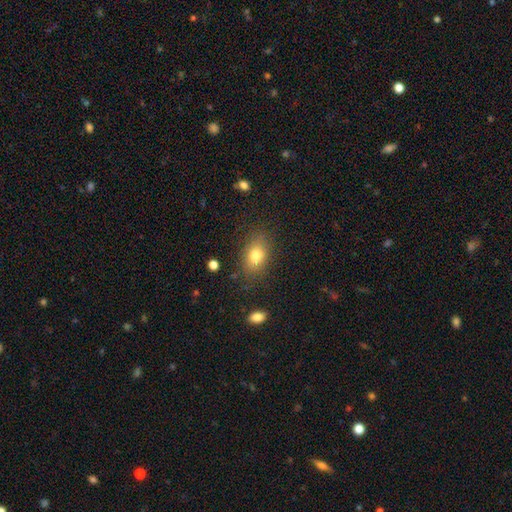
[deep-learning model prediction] A smooth galaxy with no disk features (78%) that is in between round and cigar-shaped (82%). Merging: none (81%).